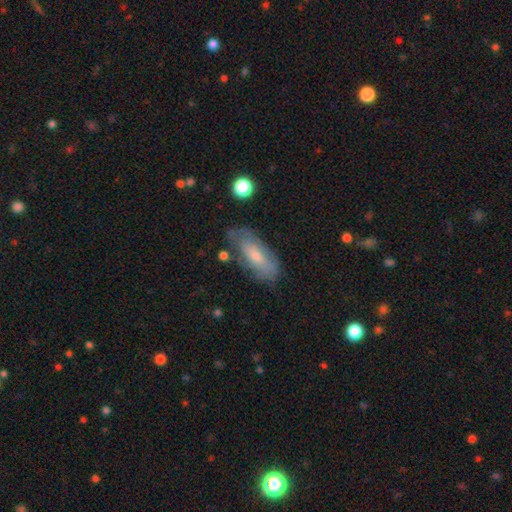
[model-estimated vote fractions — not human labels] This is possibly a smooth galaxy (53%). How rounded: likely in between (77%). Merging: likely none (66%).